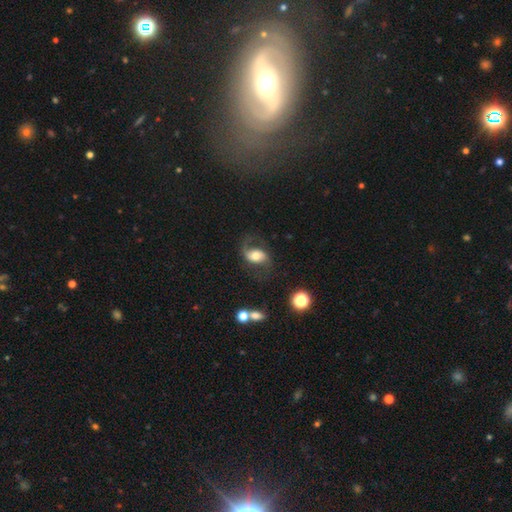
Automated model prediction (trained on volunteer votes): Smooth or featured: featured or disk — 72% (smooth — 20%)
Edge-on disk: no — 97% (yes — 3%)
Bar: no — 44% (weak — 36%)
Spiral arms: yes — 91% (no — 9%)
Spiral winding: loose — 59% (medium — 33%)
Spiral arm count: 2 — 86% (1 — 8%)
Bulge size: moderate — 62% (large — 20%)
Merging: none — 63% (minor disturbance — 17%)